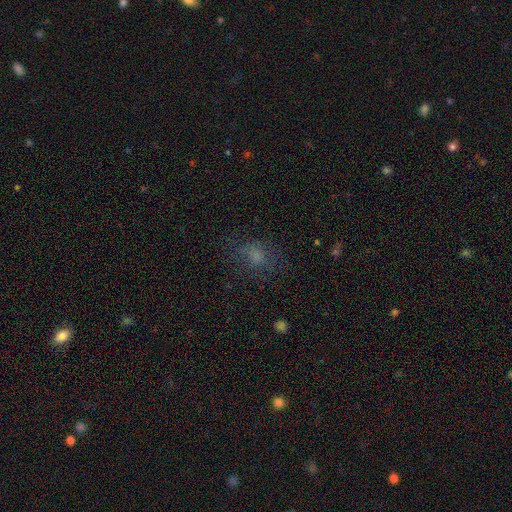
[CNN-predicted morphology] Overall: smooth (58%; star or artifact 23%). How rounded: round (50%; in between 48%). Merging: none (63%).